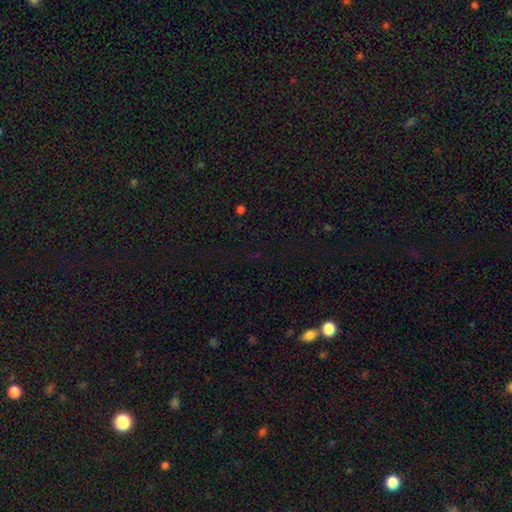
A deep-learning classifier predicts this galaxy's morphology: A star or artifact, not a galaxy (65%).

Vote fractions:
- Smooth or featured? star or artifact: 65% / smooth: 27% / featured or disk: 8%